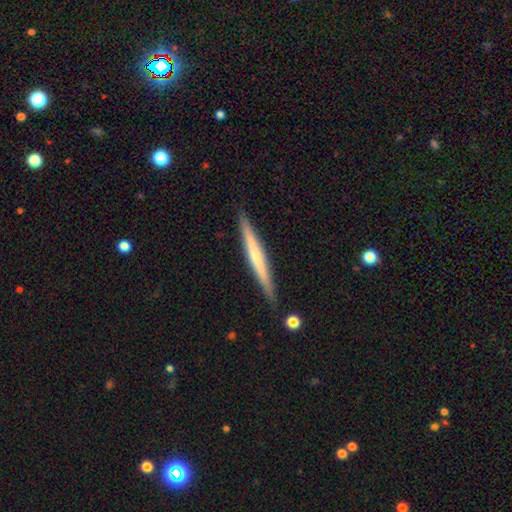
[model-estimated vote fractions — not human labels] smooth-or-featured: featured or disk: 58% | smooth: 37% | star or artifact: 5%
  disk-edge-on: yes: 97% | no: 3%
    edge-on-bulge: none: 54% | rounded: 39% | boxy: 7%
  merging: none: 90% | minor disturbance: 7% | merger: 2% | major disturbance: 1%